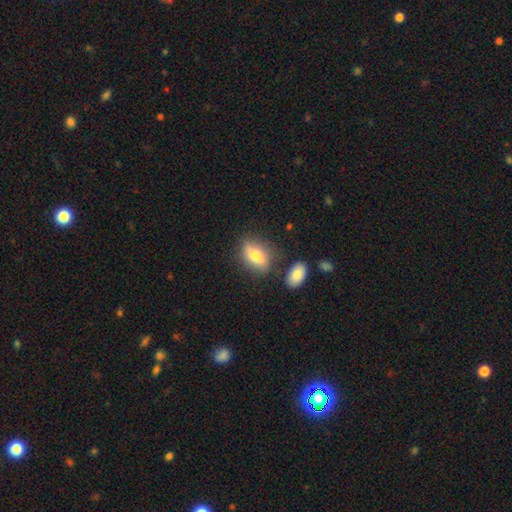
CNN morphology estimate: smooth_or_featured: smooth (p=0.63) [alt: featured or disk p=0.29]
how_rounded: in between (p=0.77) [alt: cigar-shaped p=0.12]
merging: none (p=0.72) [alt: minor disturbance p=0.16]